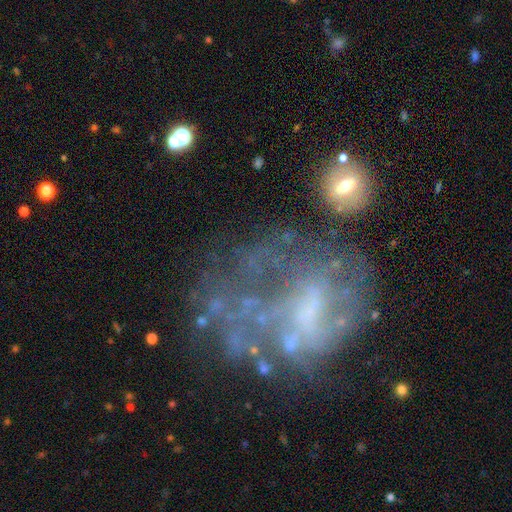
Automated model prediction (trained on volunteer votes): Overall: featured or disk (62%). Edge-on disk: no (97%). Bar: no (69%). Spiral arms: no (74%). Bulge size: none (59%; small 22%). Merging: none (36%, tied with major disturbance).